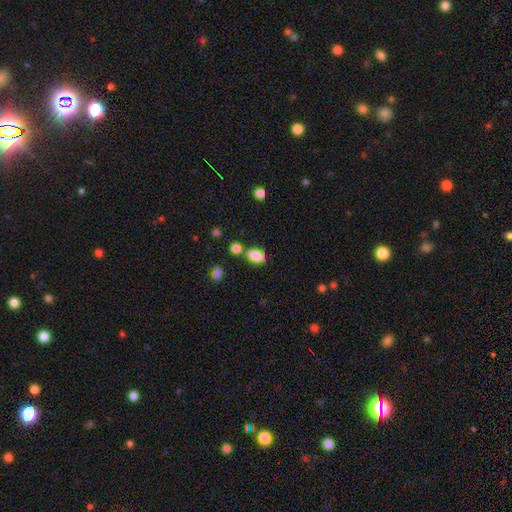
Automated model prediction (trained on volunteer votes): Smooth or featured: smooth — 86% (star or artifact — 9%)
How rounded: in between — 85% (round — 13%)
Merging: none — 64% (merger — 18%)